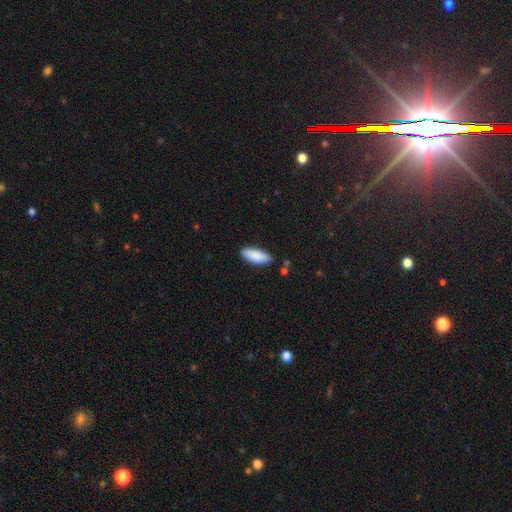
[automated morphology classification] This is clearly a smooth galaxy (88%). How rounded: likely in between (70%). Merging: clearly none (83%).